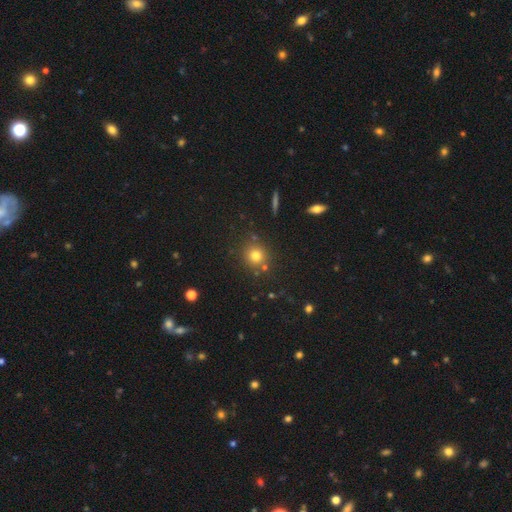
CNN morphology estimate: Smooth or featured?
  - smooth: 76% *
  - star or artifact: 16%
  - featured or disk: 9%
How rounded?
  - round: 90% *
  - in between: 9%
  - cigar-shaped: 1%
Merging?
  - none: 81% *
  - minor disturbance: 9%
  - merger: 7%
  - major disturbance: 3%